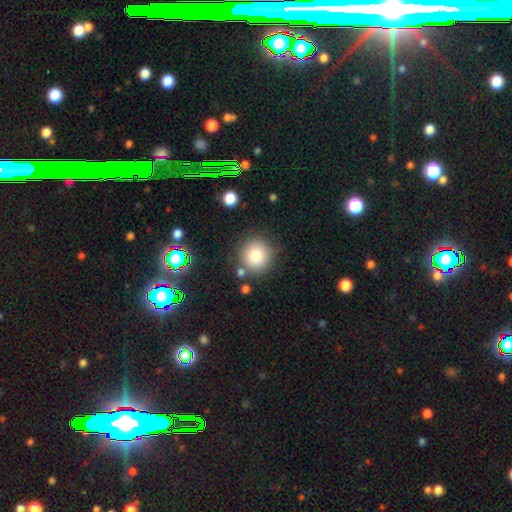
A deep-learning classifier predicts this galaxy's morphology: A smooth galaxy with no disk features (84%) that is round (93%). Merging: none (81%).